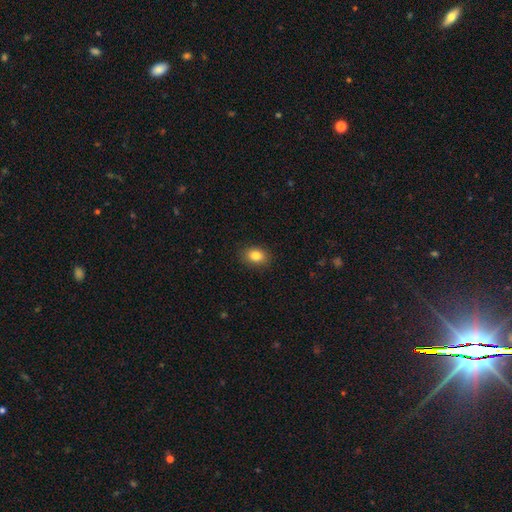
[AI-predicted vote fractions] smooth-or-featured: smooth: 83% | star or artifact: 10% | featured or disk: 7%
  how-rounded: in between: 65% | round: 34% | cigar-shaped: 1%
  merging: none: 89% | minor disturbance: 8% | major disturbance: 2% | merger: 1%